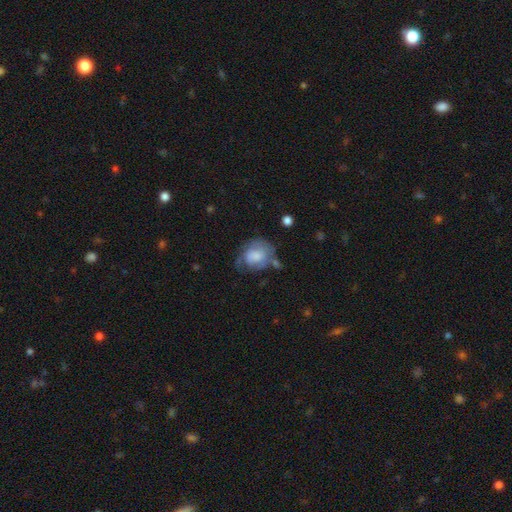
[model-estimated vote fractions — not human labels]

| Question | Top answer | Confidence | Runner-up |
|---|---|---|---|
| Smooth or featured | smooth | 53% | featured or disk (40%) |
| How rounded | round | 58% | in between (41%) |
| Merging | none | 39% | minor disturbance (30%) |